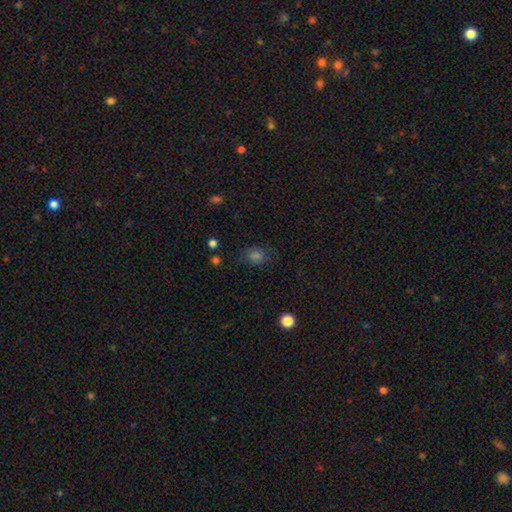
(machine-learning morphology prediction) Smooth or featured: smooth — 68% (star or artifact — 24%)
How rounded: in between — 50% (round — 48%)
Merging: none — 74% (minor disturbance — 18%)